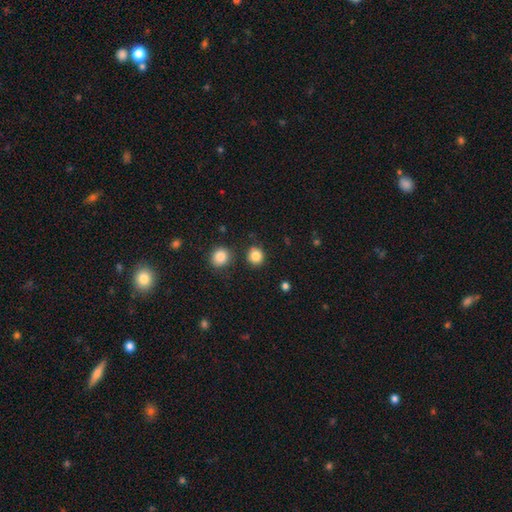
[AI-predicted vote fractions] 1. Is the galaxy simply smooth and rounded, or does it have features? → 84% smooth, 11% star or artifact, 5% featured or disk.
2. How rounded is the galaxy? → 87% round, 12% in between, 1% cigar-shaped.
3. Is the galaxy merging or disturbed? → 83% none, 9% minor disturbance, 5% merger, 3% major disturbance.